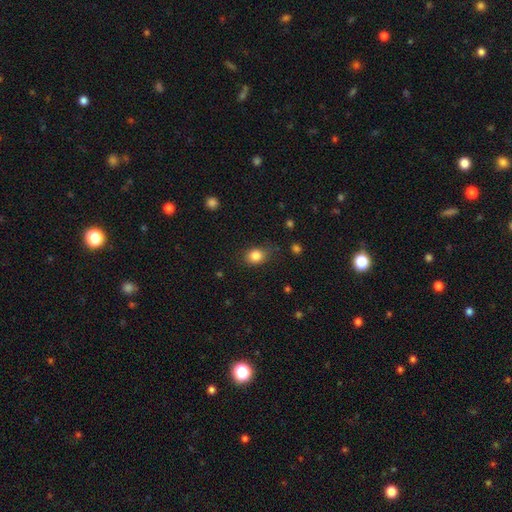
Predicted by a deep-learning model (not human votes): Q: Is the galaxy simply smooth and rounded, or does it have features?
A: smooth — 83%.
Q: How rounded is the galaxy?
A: round — 53%.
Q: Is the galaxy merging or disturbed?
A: none — 76%.